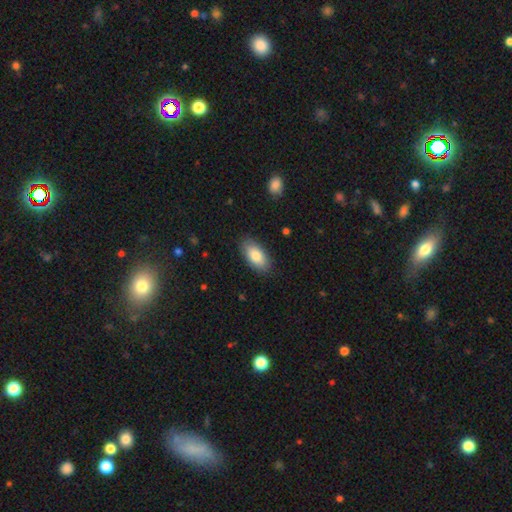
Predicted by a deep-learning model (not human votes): smooth 82%, featured or disk 12%, star or artifact 6%. Down the decision tree: how rounded — in between (91%); merging — none (86%).